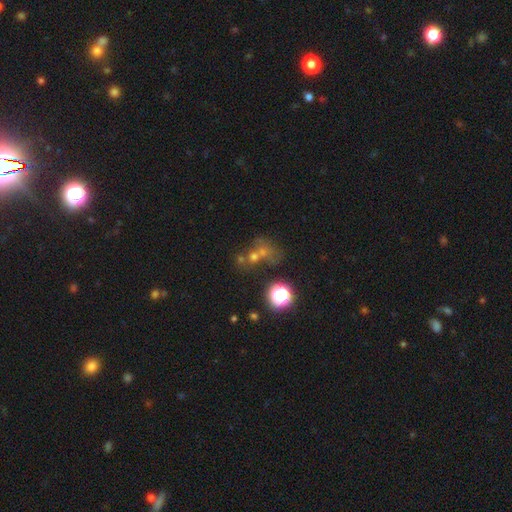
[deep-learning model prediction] smooth_or_featured: smooth (p=0.41) [tied with: star or artifact p=0.41]
merging: none (p=0.40) [tied with: merger p=0.40]